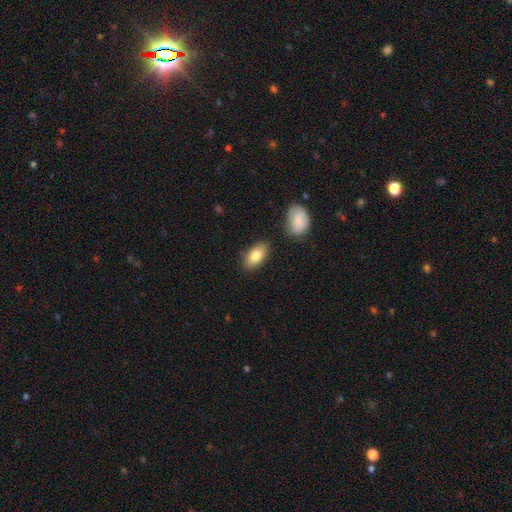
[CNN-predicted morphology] smooth_or_featured: smooth (p=0.81) [alt: featured or disk p=0.13]
how_rounded: in between (p=0.92) [alt: round p=0.04]
merging: none (p=0.81) [alt: minor disturbance p=0.12]